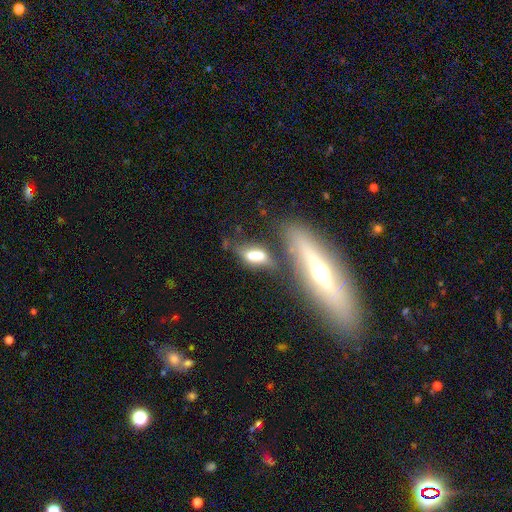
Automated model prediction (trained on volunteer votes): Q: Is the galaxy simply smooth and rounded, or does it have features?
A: smooth — 63%.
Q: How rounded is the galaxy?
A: in between — 73%.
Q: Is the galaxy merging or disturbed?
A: none — 39%.